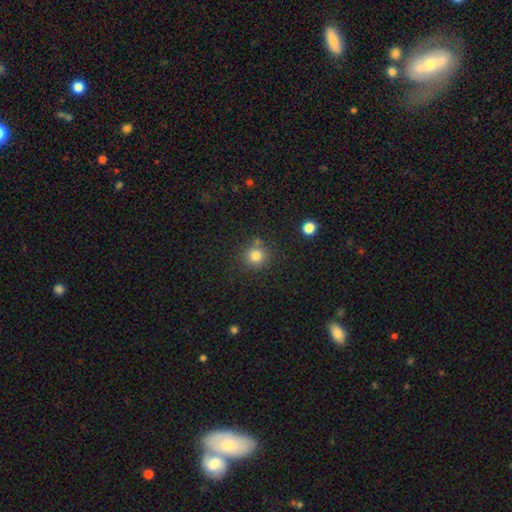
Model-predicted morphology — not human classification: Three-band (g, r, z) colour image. It shows a smooth galaxy with no disk features (81%) that is round (91%). Merging: none (78%).